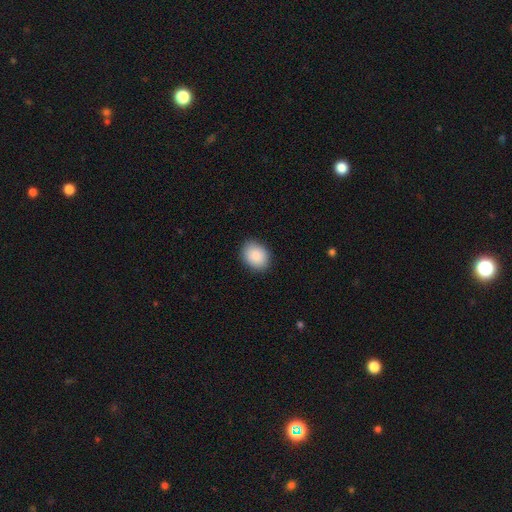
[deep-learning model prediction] Q: Smooth or featured?
A: smooth (88%); runner-up: star or artifact (7%)
Q: How rounded?
A: in between (58%); runner-up: round (41%)
Q: Merging?
A: none (87%); runner-up: minor disturbance (10%)